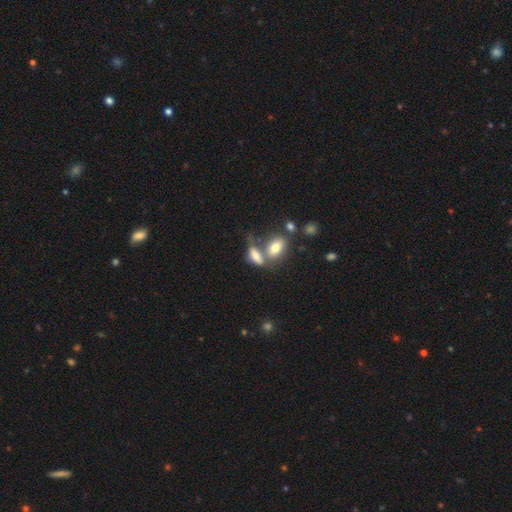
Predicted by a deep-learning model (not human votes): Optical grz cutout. It shows a smooth galaxy with no disk features (72%) that is in between round and cigar-shaped (80%). Merging: merger (47%).